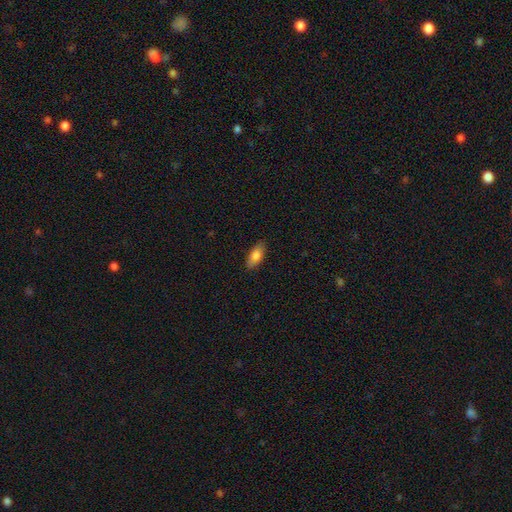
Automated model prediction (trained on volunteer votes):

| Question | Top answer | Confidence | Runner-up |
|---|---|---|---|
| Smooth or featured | smooth | 82% | featured or disk (12%) |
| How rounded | in between | 85% | cigar-shaped (12%) |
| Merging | none | 86% | minor disturbance (11%) |